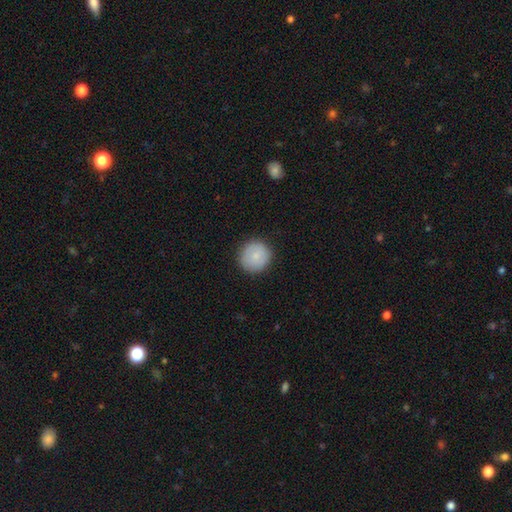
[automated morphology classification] A smooth galaxy with no disk features (82%) that is round (95%).

Vote fractions:
- Smooth or featured? smooth: 82% / featured or disk: 11% / star or artifact: 7%
- How rounded? round: 95% / in between: 4% / cigar-shaped: 1%
- Merging? none: 89% / minor disturbance: 8% / major disturbance: 2% / merger: 1%